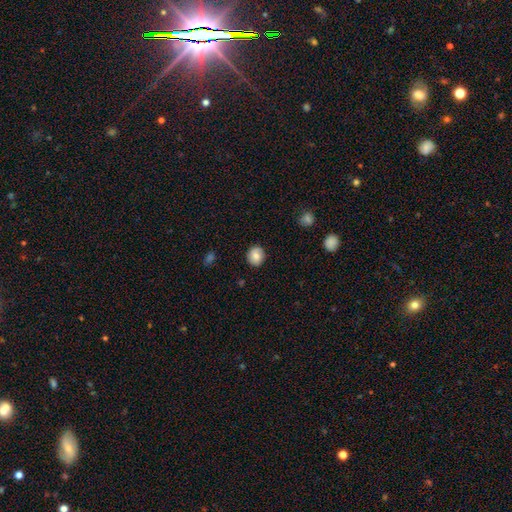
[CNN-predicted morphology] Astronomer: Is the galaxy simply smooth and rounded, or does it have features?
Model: smooth — 80%.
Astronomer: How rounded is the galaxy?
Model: round — 82%.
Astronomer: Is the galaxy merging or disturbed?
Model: none — 88%.